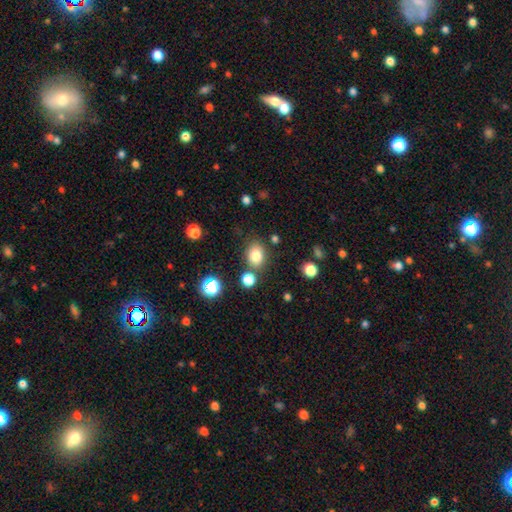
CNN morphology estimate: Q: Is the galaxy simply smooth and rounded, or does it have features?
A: smooth — 80%.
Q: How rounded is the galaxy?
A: in between — 57%.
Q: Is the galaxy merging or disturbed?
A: none — 76%.